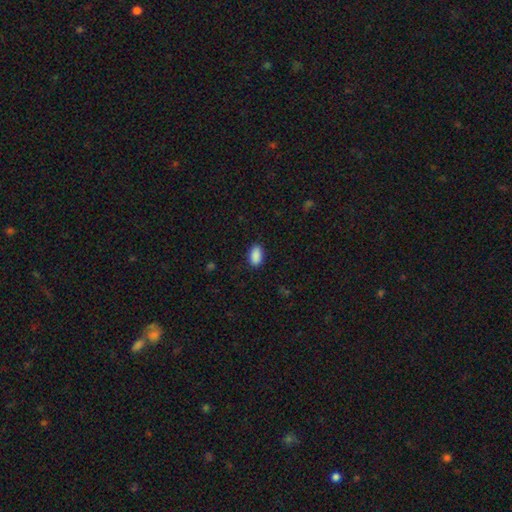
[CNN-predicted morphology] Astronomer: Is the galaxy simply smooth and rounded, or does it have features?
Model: smooth — 90%.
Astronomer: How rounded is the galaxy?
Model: in between — 93%.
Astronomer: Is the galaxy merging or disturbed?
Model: none — 88%.